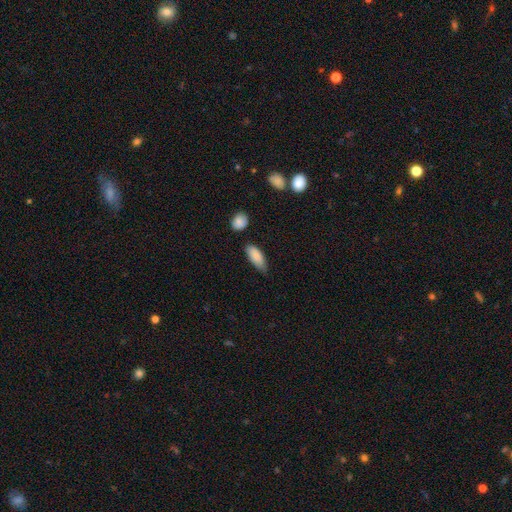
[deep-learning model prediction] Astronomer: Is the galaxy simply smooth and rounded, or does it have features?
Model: smooth — 85%.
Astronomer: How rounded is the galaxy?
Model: in between — 84%.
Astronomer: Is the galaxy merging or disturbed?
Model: none — 61%.